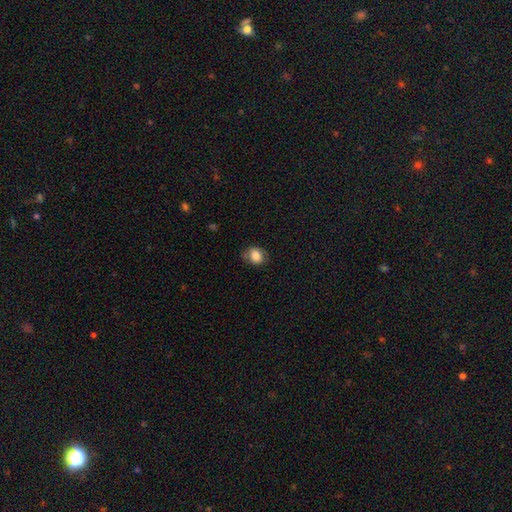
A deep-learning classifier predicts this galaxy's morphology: A smooth galaxy with no disk features (80%) that is in between round and cigar-shaped (53%). Merging: none (69%).